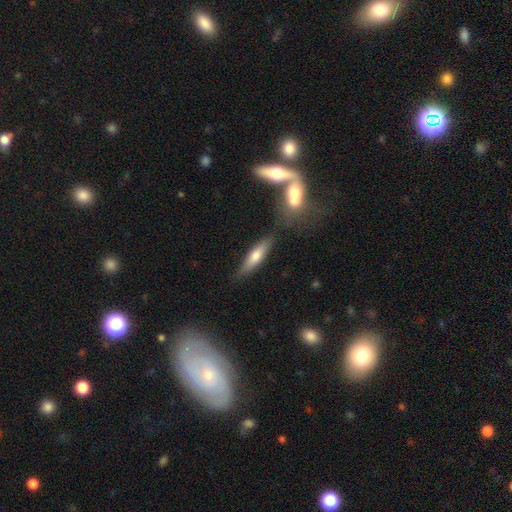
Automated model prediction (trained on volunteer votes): smooth_or_featured: smooth (p=0.60) [alt: featured or disk p=0.33]
how_rounded: cigar-shaped (p=0.70) [alt: in between p=0.28]
merging: none (p=0.73) [alt: minor disturbance p=0.15]